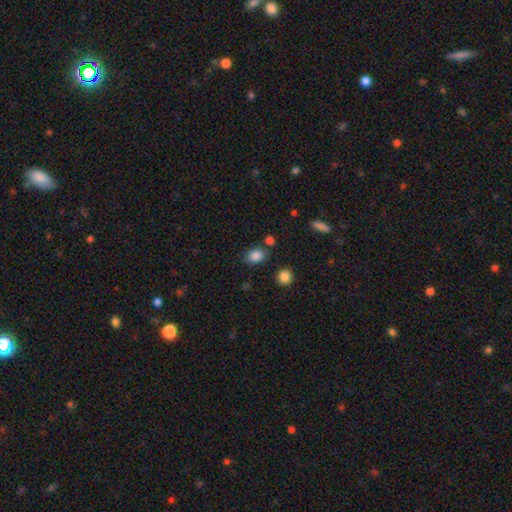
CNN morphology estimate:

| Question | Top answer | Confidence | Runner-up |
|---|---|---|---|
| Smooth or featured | smooth | 85% | star or artifact (10%) |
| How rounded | in between | 68% | round (31%) |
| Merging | none | 77% | minor disturbance (13%) |